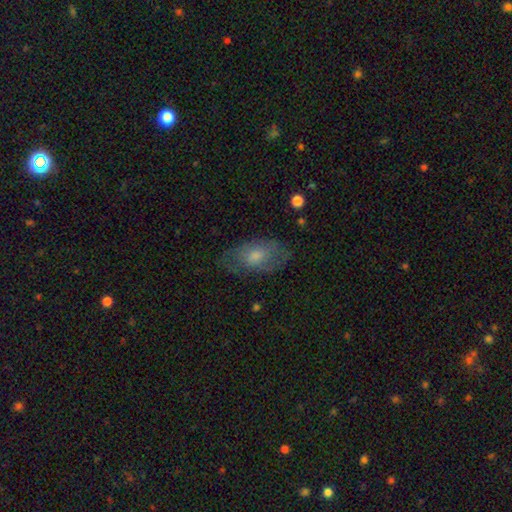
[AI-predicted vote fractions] Smooth or featured?
  - smooth: 51% *
  - featured or disk: 40%
  - star or artifact: 8%
How rounded?
  - in between: 90% *
  - round: 6%
  - cigar-shaped: 4%
Merging?
  - none: 71% *
  - minor disturbance: 19%
  - major disturbance: 8%
  - merger: 1%